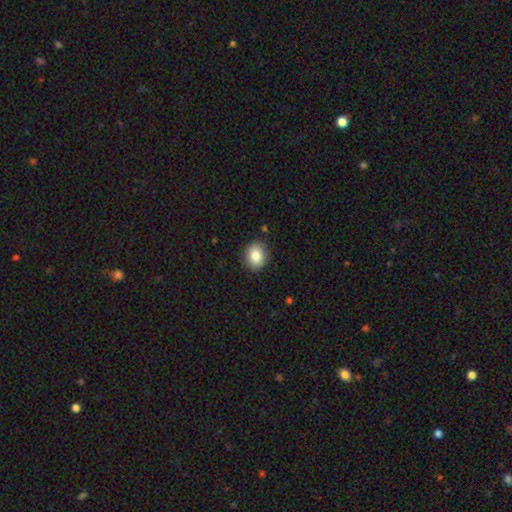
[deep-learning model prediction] Smooth or featured?
  - smooth: 85% *
  - star or artifact: 8%
  - featured or disk: 7%
How rounded?
  - round: 59% *
  - in between: 40%
  - cigar-shaped: 1%
Merging?
  - none: 88% *
  - minor disturbance: 9%
  - major disturbance: 2%
  - merger: 1%